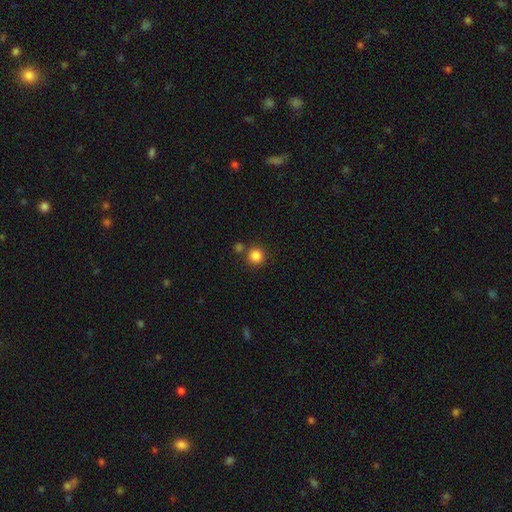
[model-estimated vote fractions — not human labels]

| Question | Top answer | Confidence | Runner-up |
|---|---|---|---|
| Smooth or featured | smooth | 85% | star or artifact (11%) |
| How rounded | round | 94% | in between (5%) |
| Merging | none | 78% | merger (12%) |